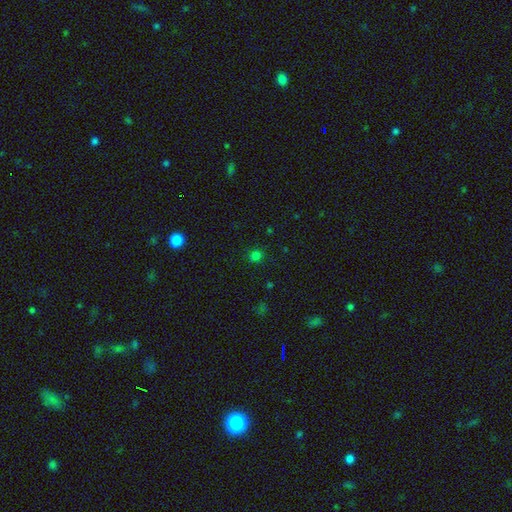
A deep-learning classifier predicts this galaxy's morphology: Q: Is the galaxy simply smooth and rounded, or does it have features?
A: smooth — 75%.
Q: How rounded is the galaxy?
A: round — 88%.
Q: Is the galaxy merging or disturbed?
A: none — 87%.